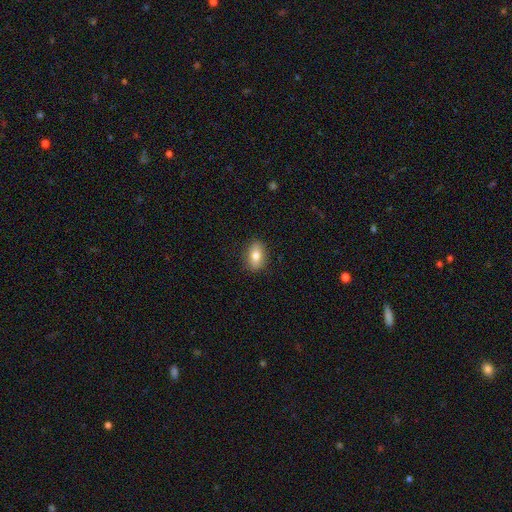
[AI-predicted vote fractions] Smooth or featured: smooth — 77% (featured or disk — 15%)
How rounded: in between — 84% (round — 13%)
Merging: none — 88% (minor disturbance — 9%)